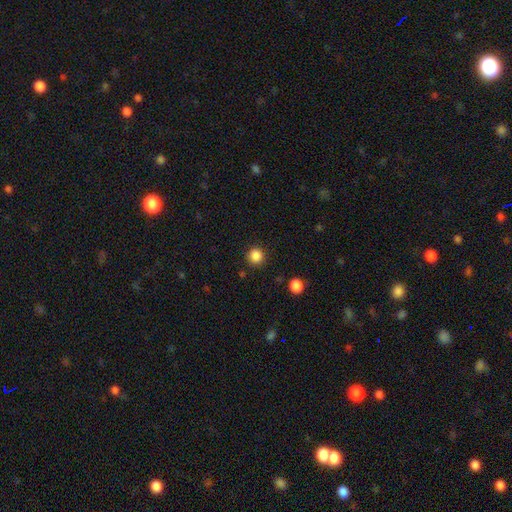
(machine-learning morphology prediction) smooth 86%, star or artifact 11%, featured or disk 3%. Down the decision tree: how rounded — round (93%); merging — none (90%).